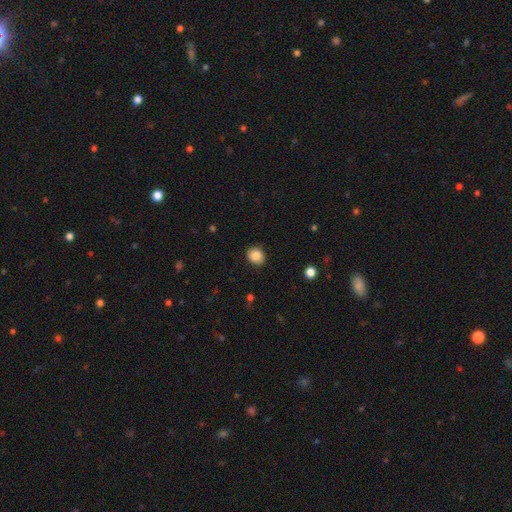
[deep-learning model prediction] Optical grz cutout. It shows a smooth galaxy with no disk features (87%) that is round (72%). Merging: none (88%).